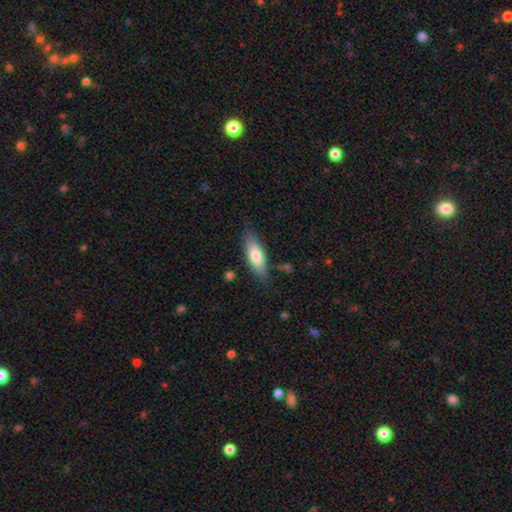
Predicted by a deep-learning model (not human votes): Smooth or featured: smooth — 76% (featured or disk — 18%)
How rounded: in between — 63% (cigar-shaped — 35%)
Merging: none — 79% (minor disturbance — 15%)